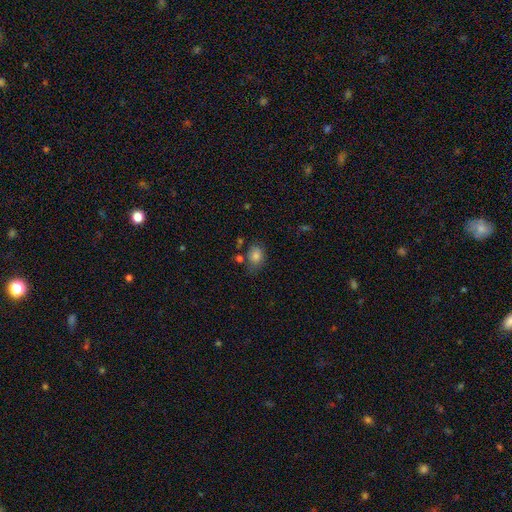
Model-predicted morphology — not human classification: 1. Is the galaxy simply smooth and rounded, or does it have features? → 80% smooth, 11% star or artifact, 9% featured or disk.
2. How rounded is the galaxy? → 61% in between, 38% round, 1% cigar-shaped.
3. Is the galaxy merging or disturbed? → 63% none, 22% minor disturbance, 8% merger, 7% major disturbance.